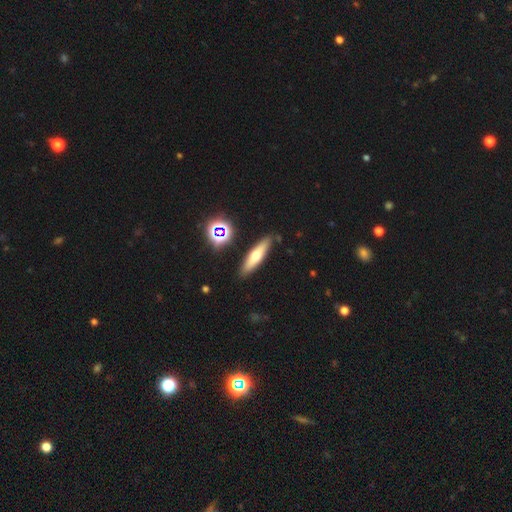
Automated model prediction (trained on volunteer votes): Overall: smooth (53%; featured or disk 37%). How rounded: cigar-shaped (75%). Merging: none (87%).